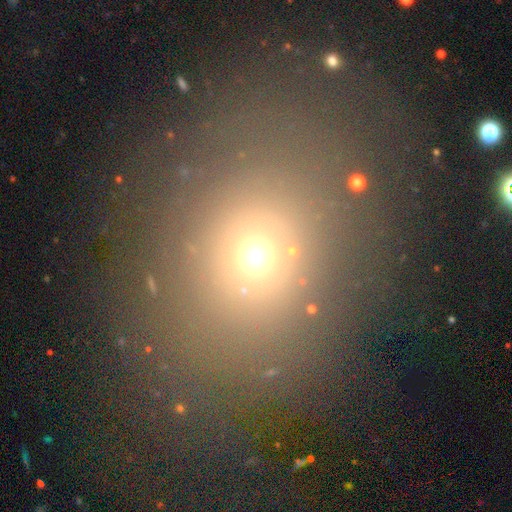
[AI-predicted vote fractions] This is likely a smooth galaxy (63%). How rounded: likely round (61%). Merging: likely none (77%).